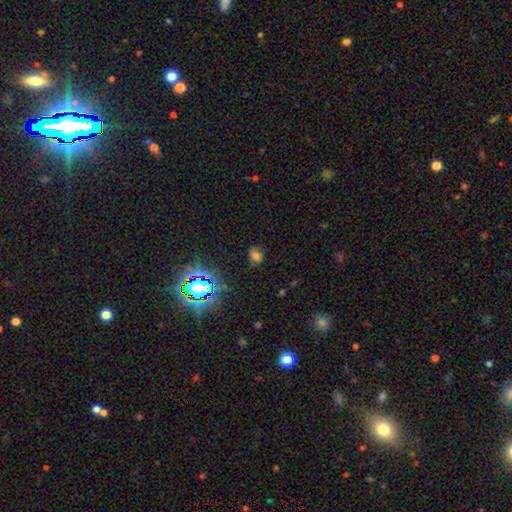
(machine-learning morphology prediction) A smooth galaxy with no disk features (57%) that is in between round and cigar-shaped (58%). Merging: none (73%).